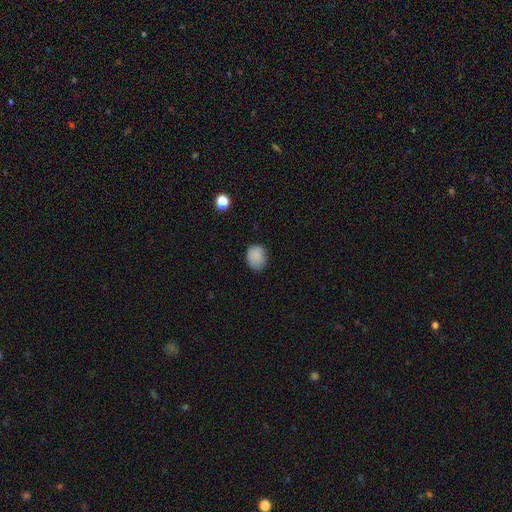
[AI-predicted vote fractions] A smooth galaxy with no disk features (85%) that is round (56%).

Vote fractions:
- Smooth or featured? smooth: 85% / star or artifact: 10% / featured or disk: 6%
- How rounded? round: 56% / in between: 43% / cigar-shaped: 1%
- Merging? none: 76% / minor disturbance: 18% / major disturbance: 4% / merger: 1%